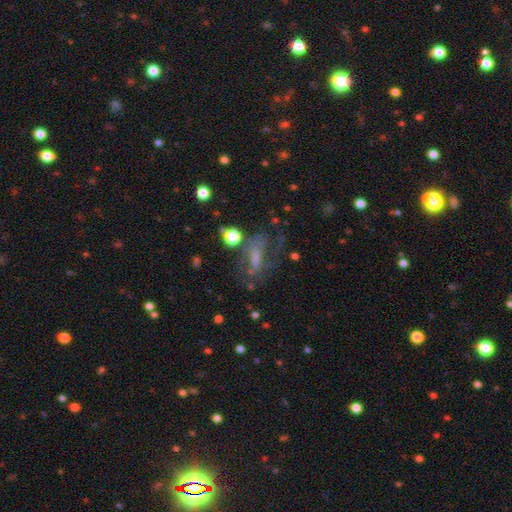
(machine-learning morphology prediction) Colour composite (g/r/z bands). It shows a featured or disk galaxy (44%). Merging: none (46%).